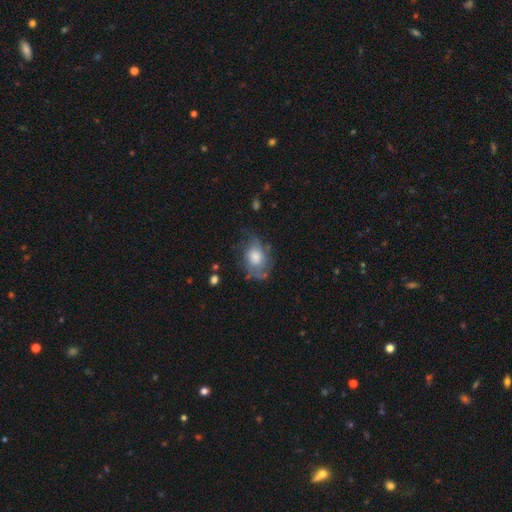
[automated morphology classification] This appears to be a featured or disk galaxy (46%). Merging: none (57%).